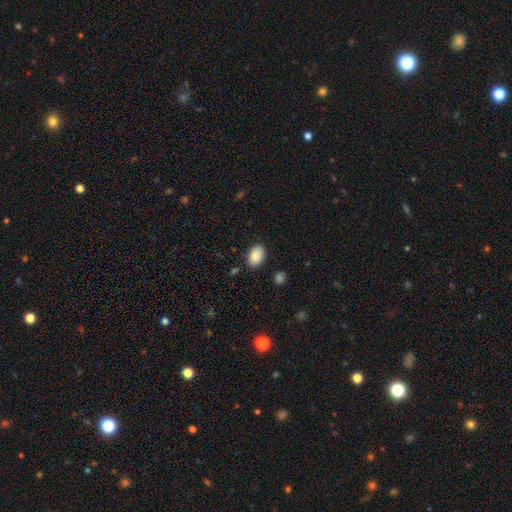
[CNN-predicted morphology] Smooth or featured? smooth (88%)
How rounded? in between (90%)
Merging? none (83%)